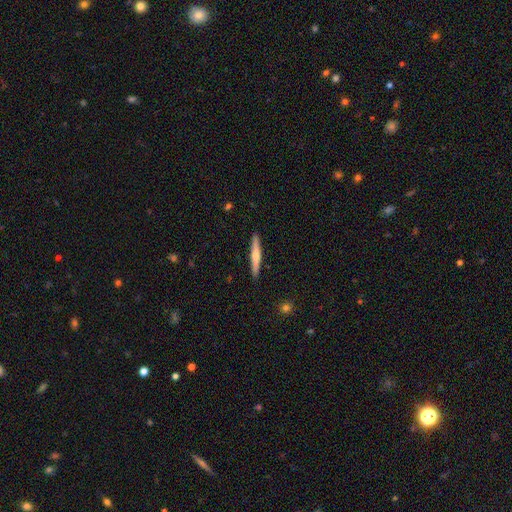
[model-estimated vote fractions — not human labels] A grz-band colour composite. It shows a smooth galaxy with no disk features (51%) that is cigar-shaped (94%). Merging: none (91%).